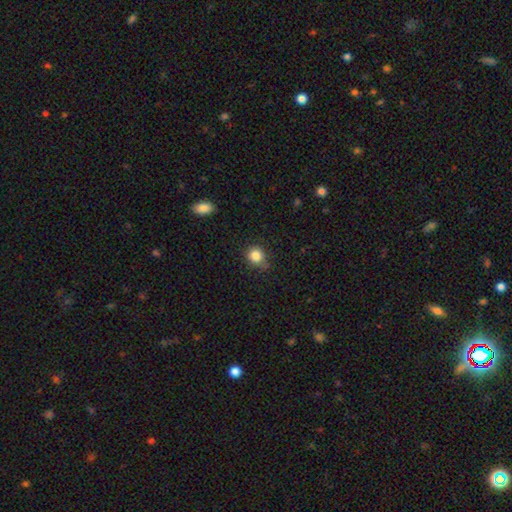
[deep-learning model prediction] The model was most divided on "merging": none: 69%, minor disturbance: 24%, major disturbance: 5%, merger: 2%. More confident: smooth or featured — smooth (84%); how rounded — round (79%).